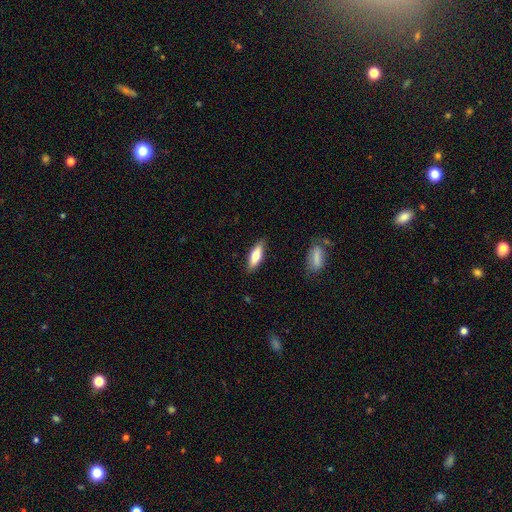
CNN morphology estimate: smooth_or_featured: smooth (p=0.71) [alt: featured or disk p=0.23]
how_rounded: in between (p=0.58) [alt: cigar-shaped p=0.40]
merging: none (p=0.85) [alt: minor disturbance p=0.11]